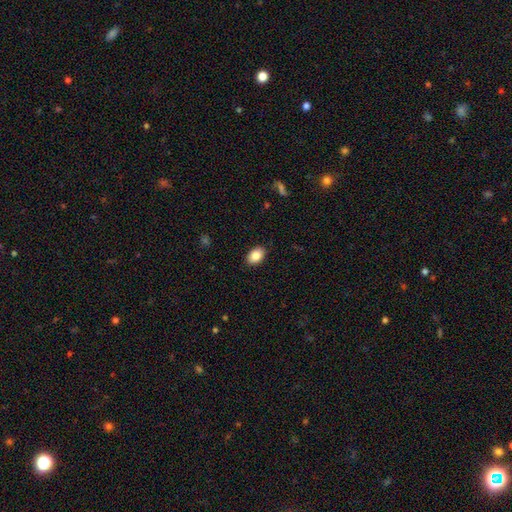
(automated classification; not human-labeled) Overall: smooth (87%). How rounded: in between (88%). Merging: none (89%).